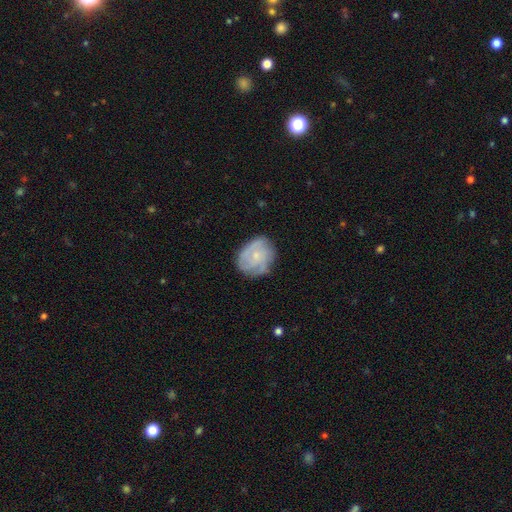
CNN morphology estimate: smooth_or_featured: featured or disk (p=0.56) [alt: smooth p=0.37]
disk_edge_on: no (p=0.97) [alt: yes p=0.03]
bar: no (p=0.77) [alt: weak p=0.20]
has_spiral_arms: yes (p=0.79) [alt: no p=0.21]
bulge_size: small (p=0.65) [alt: moderate p=0.23]
merging: none (p=0.68) [alt: minor disturbance p=0.23]